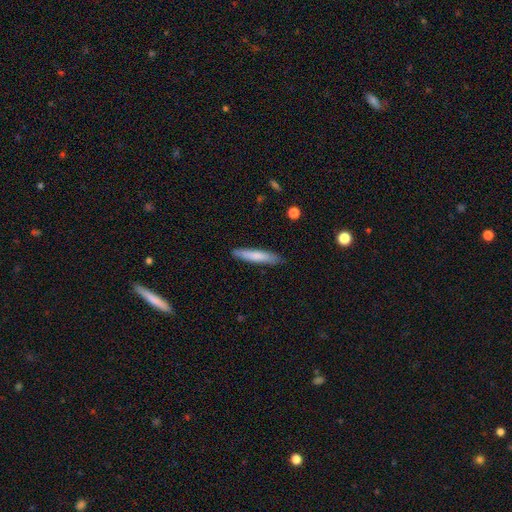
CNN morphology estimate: smooth 75%, featured or disk 19%, star or artifact 5%. Down the decision tree: how rounded — cigar-shaped (90%); merging — none (86%).